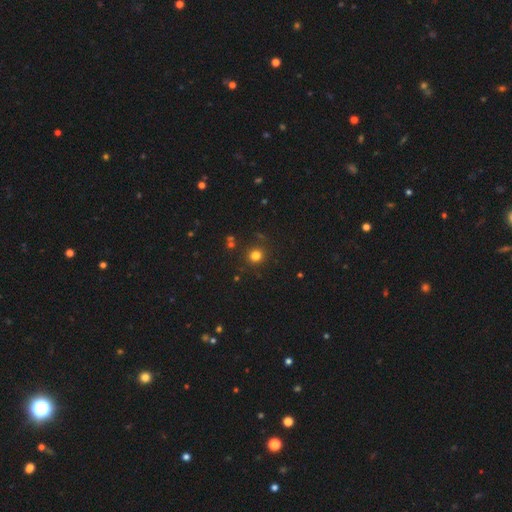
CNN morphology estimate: Overall: smooth (78%). How rounded: round (91%). Merging: none (88%).